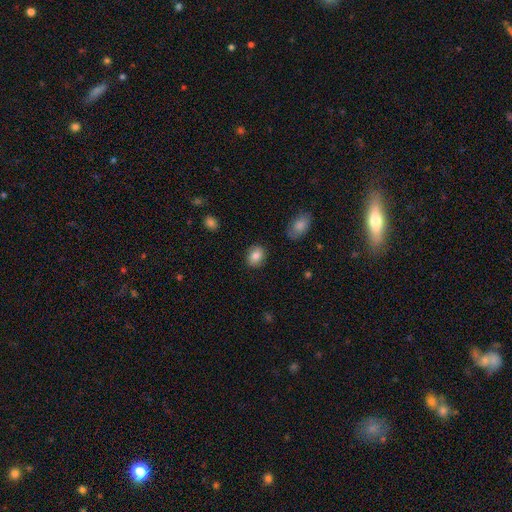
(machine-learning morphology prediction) smooth 84%, star or artifact 8%, featured or disk 8%. Down the decision tree: how rounded — in between (59%); merging — none (88%).